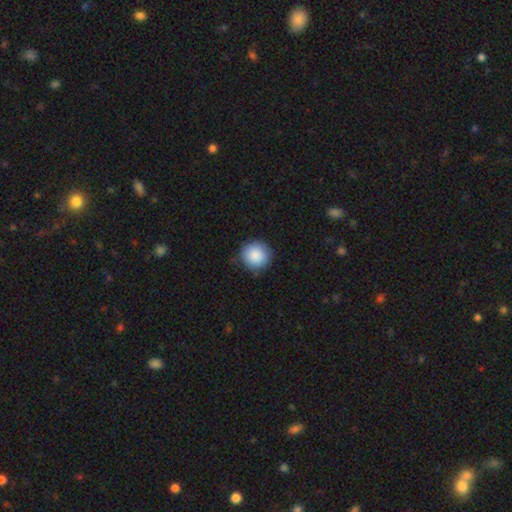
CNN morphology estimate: A smooth galaxy with no disk features (88%) that is round (92%). Merging: none (84%).